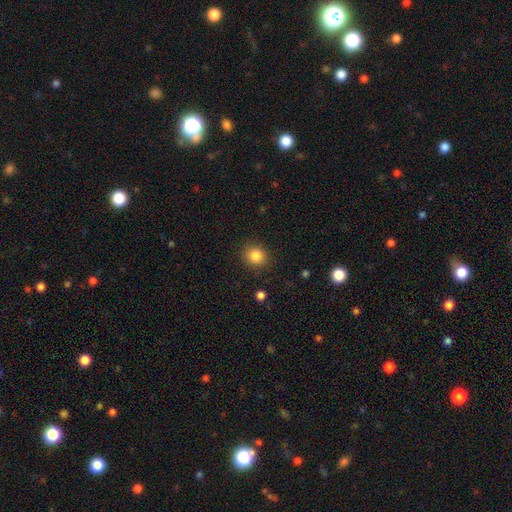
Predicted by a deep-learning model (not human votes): smooth 85%, star or artifact 11%, featured or disk 4%. Down the decision tree: how rounded — round (82%); merging — none (88%).